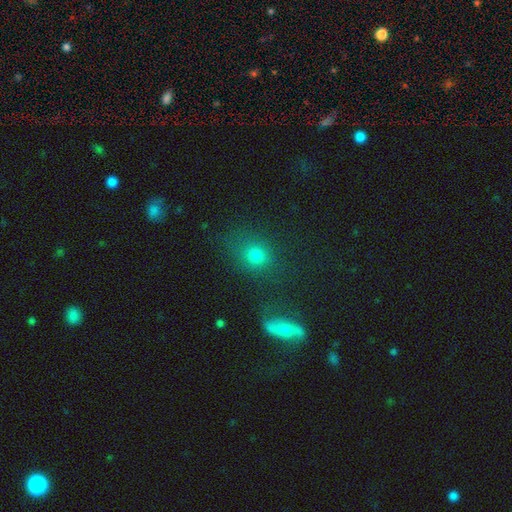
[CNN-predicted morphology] smooth 72%, star or artifact 17%, featured or disk 10%. Down the decision tree: how rounded — round (63%); merging — none (70%).